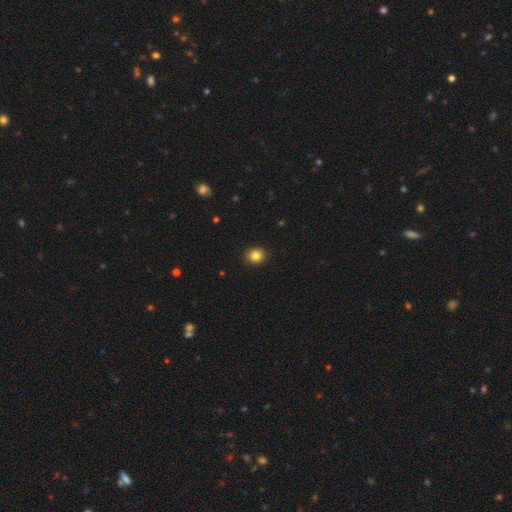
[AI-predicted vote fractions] Smooth or featured: smooth — 84% (star or artifact — 11%)
How rounded: round — 81% (in between — 18%)
Merging: none — 92% (minor disturbance — 5%)